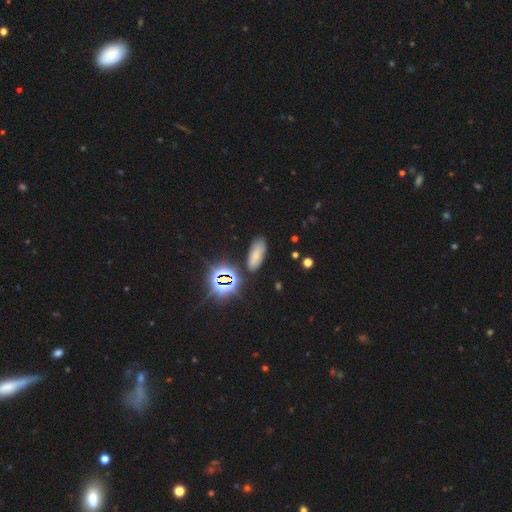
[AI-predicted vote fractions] Smooth or featured? smooth (60%)
How rounded? in between (83%)
Merging? none (82%)